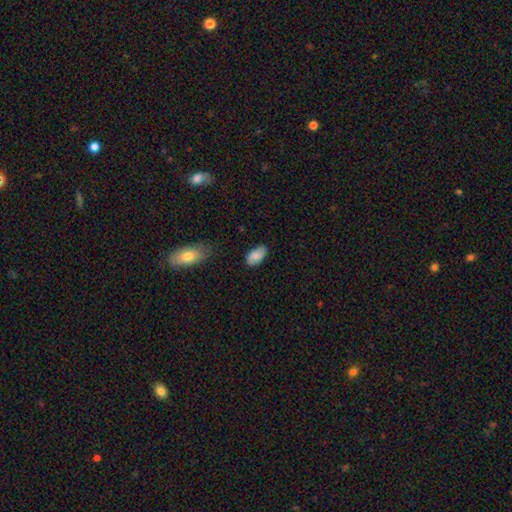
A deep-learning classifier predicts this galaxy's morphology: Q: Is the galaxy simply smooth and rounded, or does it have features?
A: smooth — 75%.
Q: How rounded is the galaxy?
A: in between — 93%.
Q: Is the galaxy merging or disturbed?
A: none — 74%.